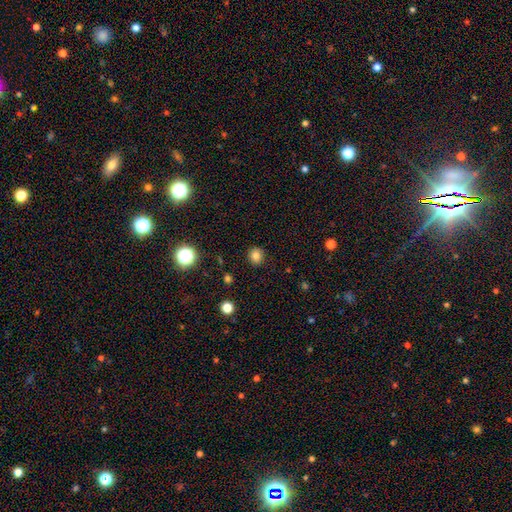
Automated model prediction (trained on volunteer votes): This appears to be a smooth galaxy with no disk features (81%) that is round (84%). Merging: none (90%).